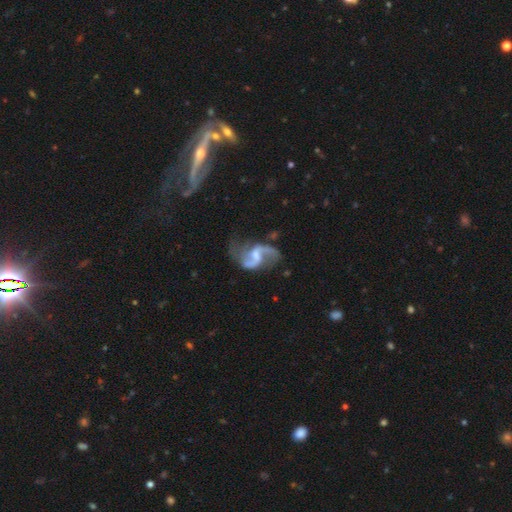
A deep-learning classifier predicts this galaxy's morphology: type=featured or disk (89%); edge-on=no (98%); bar=weak (55%); spiral arms=yes (96%); winding=loose (72%); arm count=2 (92%); bulge=small (40%); merging=none (59%).